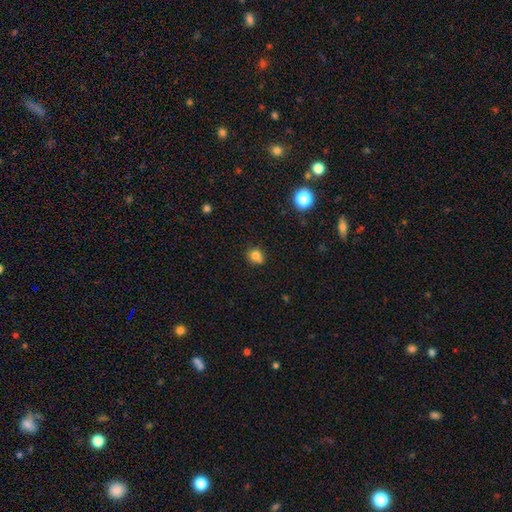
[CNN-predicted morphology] Smooth or featured? smooth (77%)
How rounded? round (75%)
Merging? none (62%)